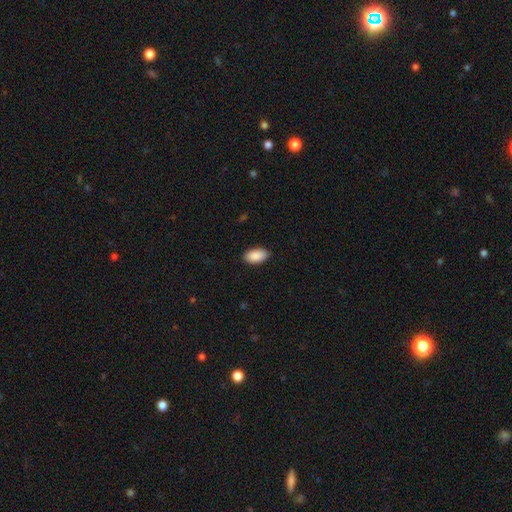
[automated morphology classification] A smooth galaxy with no disk features (91%) that is in between round and cigar-shaped (95%). Merging: none (89%).